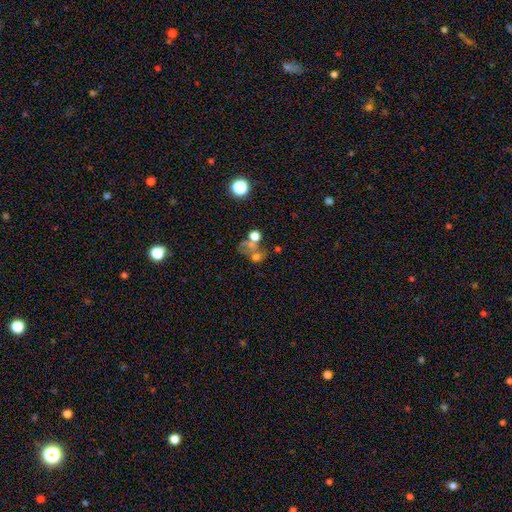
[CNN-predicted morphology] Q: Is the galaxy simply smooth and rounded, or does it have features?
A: star or artifact — 34%, tied with smooth.